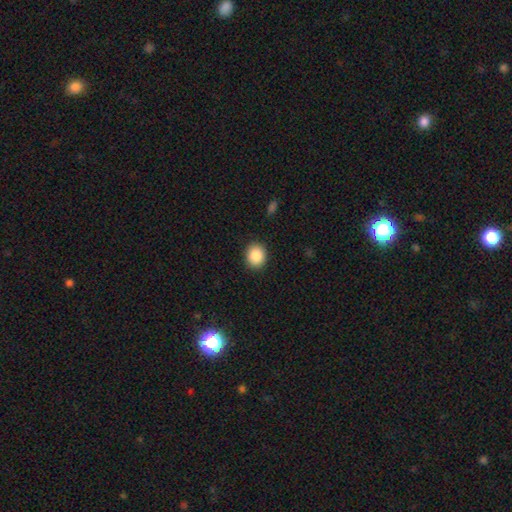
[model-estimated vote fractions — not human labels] This is clearly a smooth galaxy (88%). How rounded: likely round (66%). Merging: clearly none (90%).